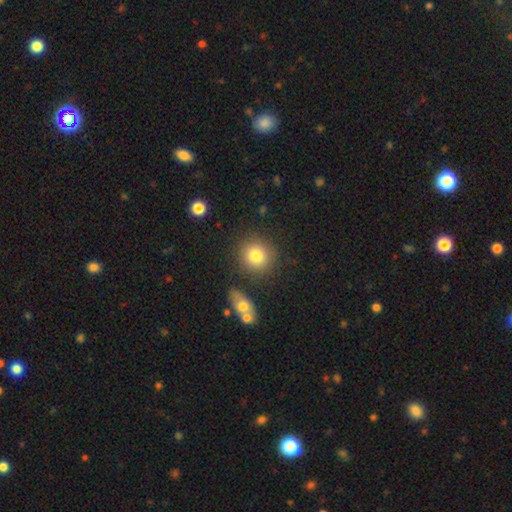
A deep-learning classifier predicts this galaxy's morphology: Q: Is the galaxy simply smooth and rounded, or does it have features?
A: smooth — 81%.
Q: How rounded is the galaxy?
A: round — 87%.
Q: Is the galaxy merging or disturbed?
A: none — 81%.